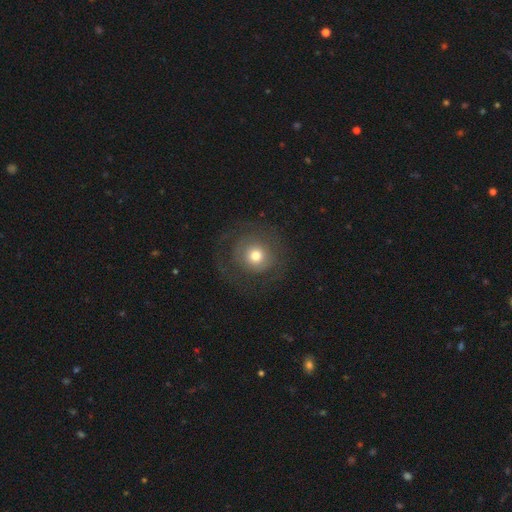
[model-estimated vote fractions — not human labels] This is possibly a smooth galaxy (52%). How rounded: clearly round (90%). Merging: likely none (70%).